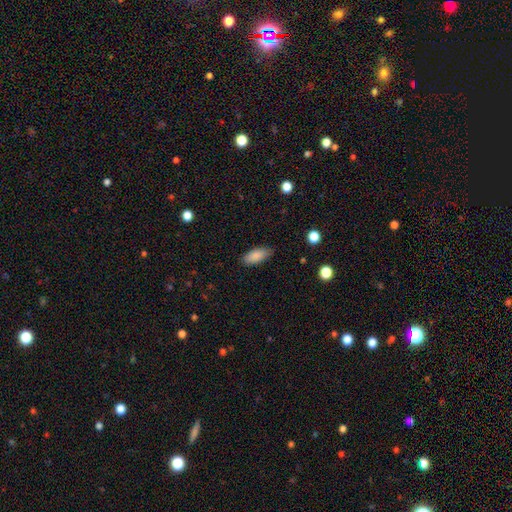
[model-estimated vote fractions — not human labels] Q: Smooth or featured?
A: smooth (87%); runner-up: star or artifact (7%)
Q: How rounded?
A: in between (84%); runner-up: cigar-shaped (14%)
Q: Merging?
A: none (83%); runner-up: minor disturbance (14%)